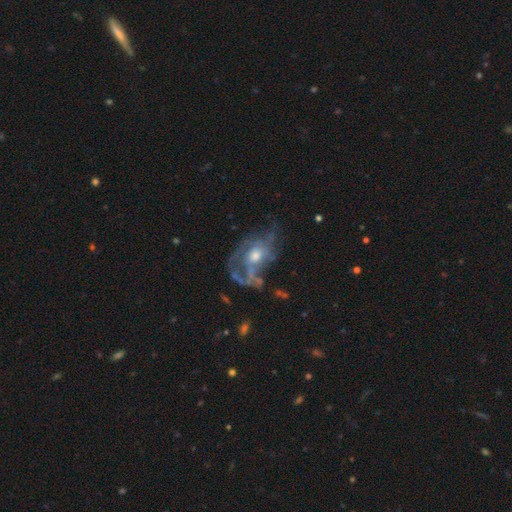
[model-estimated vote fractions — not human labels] Smooth or featured?
  - featured or disk: 78% *
  - smooth: 13%
  - star or artifact: 8%
Edge-on disk?
  - no: 96% *
  - yes: 4%
Bar?
  - no: 76% *
  - weak: 20%
  - strong: 4%
Spiral arms?
  - yes: 71% *
  - no: 29%
Spiral winding?
  - medium: 40% *
  - tight: 33%
  - loose: 28%
Spiral arm count?
  - can't tell: 40% *
  - 2: 21%
  - 3: 16%
  - 1: 11%
  - 4: 7%
  - more than 4: 5%
Bulge size?
  - moderate: 65% *
  - small: 21%
  - large: 10%
  - none: 2%
  - dominant: 1%
Merging?
  - none: 39% *
  - major disturbance: 35%
  - minor disturbance: 20%
  - merger: 5%